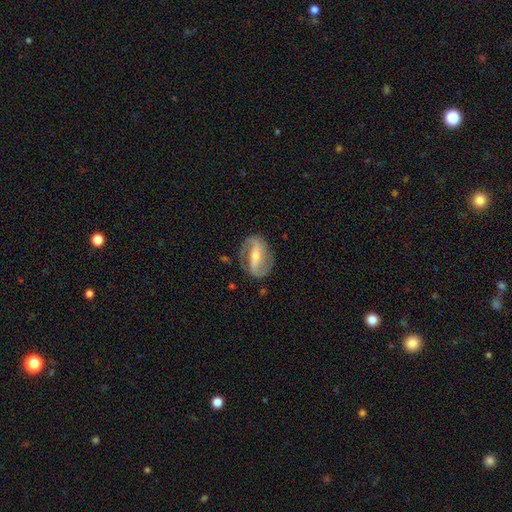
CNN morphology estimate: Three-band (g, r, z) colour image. It shows a featured or disk galaxy (87%) with a strong bar (59%), 2 (90%) medium (47%) spiral arms (94%) and a moderate central bulge (49%). Merging: none (79%).